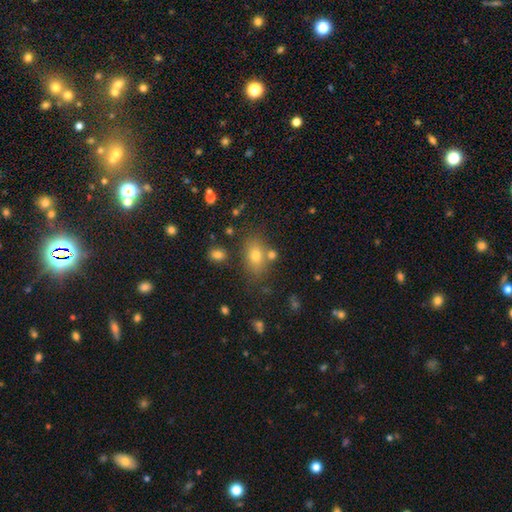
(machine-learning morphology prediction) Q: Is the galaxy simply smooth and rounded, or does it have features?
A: smooth — 70%.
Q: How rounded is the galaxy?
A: in between — 74%.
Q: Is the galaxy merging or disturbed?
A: none — 71%.